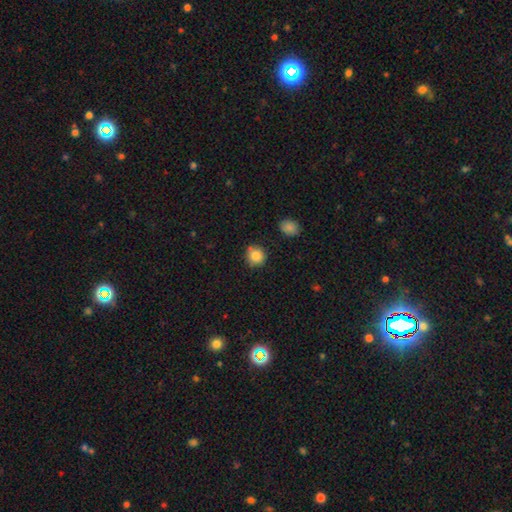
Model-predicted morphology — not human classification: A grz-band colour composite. It shows a smooth galaxy with no disk features (87%) that is round (89%). Merging: none (81%).